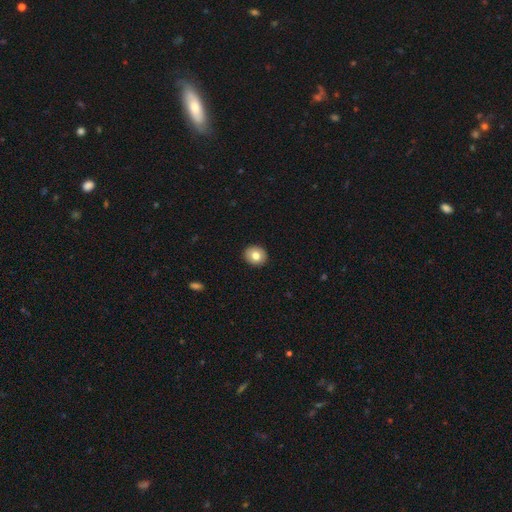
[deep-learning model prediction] The model was most divided on "how rounded": round: 79%, in between: 20%, cigar-shaped: 1%. More confident: merging — none (92%); smooth or featured — smooth (78%).